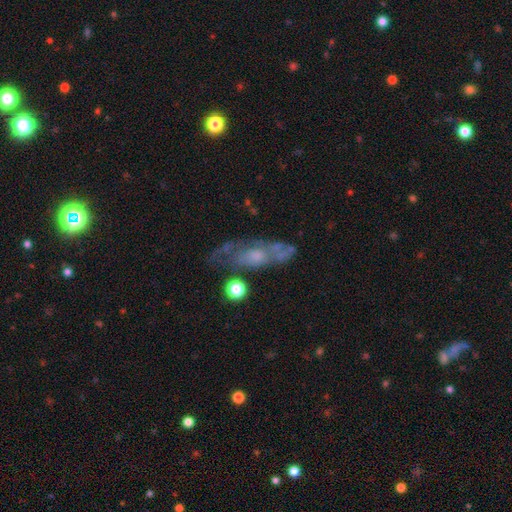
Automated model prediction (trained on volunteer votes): A featured or disk galaxy (64%).

Vote fractions:
- Smooth or featured? featured or disk: 64% / smooth: 23% / star or artifact: 13%
- Edge-on disk? no: 76% / yes: 24%
- Merging? none: 53% / minor disturbance: 22% / major disturbance: 18% / merger: 7%